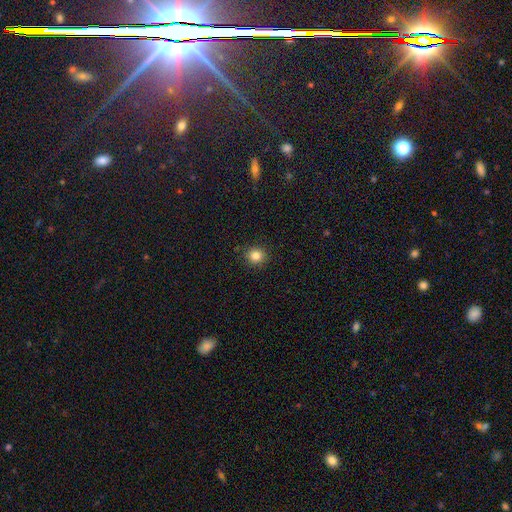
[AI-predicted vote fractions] smooth-or-featured: smooth: 83% | star or artifact: 12% | featured or disk: 5%
  how-rounded: round: 91% | in between: 8% | cigar-shaped: 1%
  merging: none: 90% | minor disturbance: 7% | major disturbance: 2% | merger: 1%